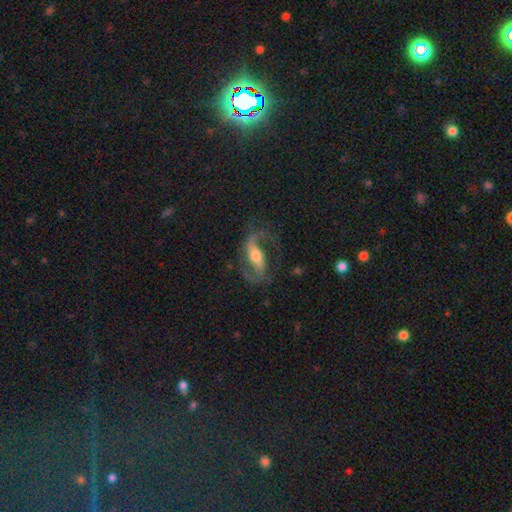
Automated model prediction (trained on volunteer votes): Q: Smooth or featured?
A: featured or disk (85%); runner-up: smooth (9%)
Q: Edge-on disk?
A: no (93%); runner-up: yes (7%)
Q: Bar?
A: strong (47%); runner-up: weak (33%)
Q: Spiral arms?
A: yes (94%); runner-up: no (6%)
Q: Spiral winding?
A: loose (48%); runner-up: medium (42%)
Q: Spiral arm count?
A: 2 (89%); runner-up: 1 (6%)
Q: Bulge size?
A: moderate (63%); runner-up: small (23%)
Q: Merging?
A: none (69%); runner-up: minor disturbance (15%)